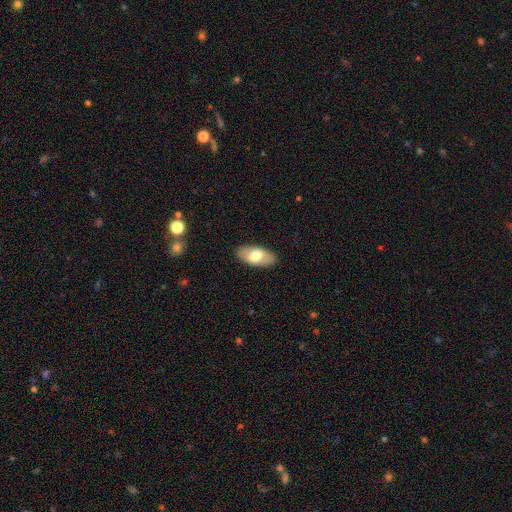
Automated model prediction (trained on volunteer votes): Smooth or featured: smooth — 66% (featured or disk — 28%)
How rounded: in between — 91% (cigar-shaped — 6%)
Merging: none — 88% (minor disturbance — 9%)